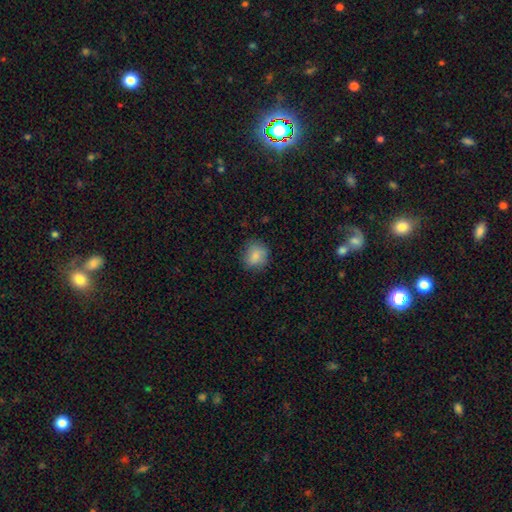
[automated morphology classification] Q: Smooth or featured?
A: smooth (83%); runner-up: featured or disk (9%)
Q: How rounded?
A: round (71%); runner-up: in between (28%)
Q: Merging?
A: none (77%); runner-up: minor disturbance (17%)